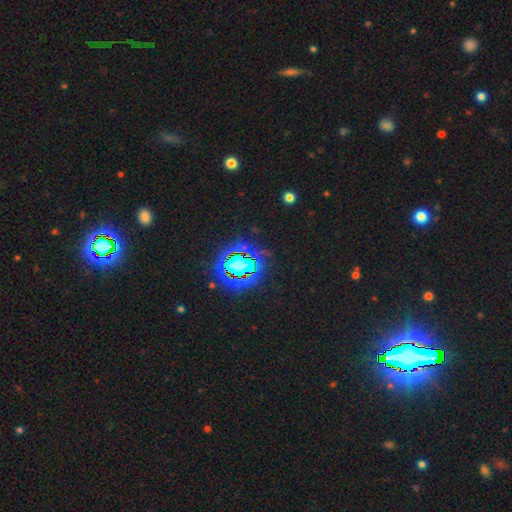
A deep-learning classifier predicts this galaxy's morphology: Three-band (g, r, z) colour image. It shows a star or artifact, not a galaxy (83%).